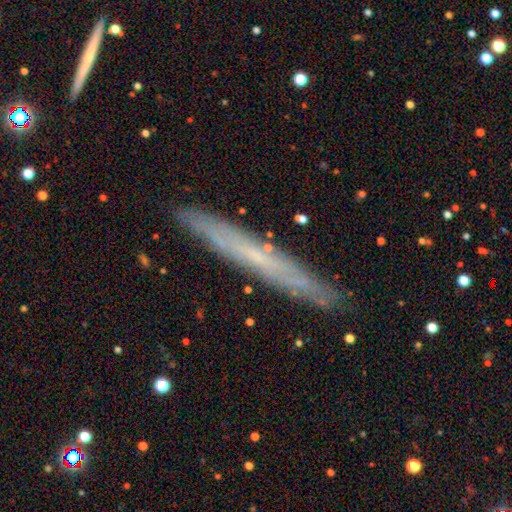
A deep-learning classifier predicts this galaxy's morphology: Smooth or featured: featured or disk — 56% (smooth — 35%)
Edge-on disk: yes — 87% (no — 13%)
Merging: none — 89% (minor disturbance — 8%)